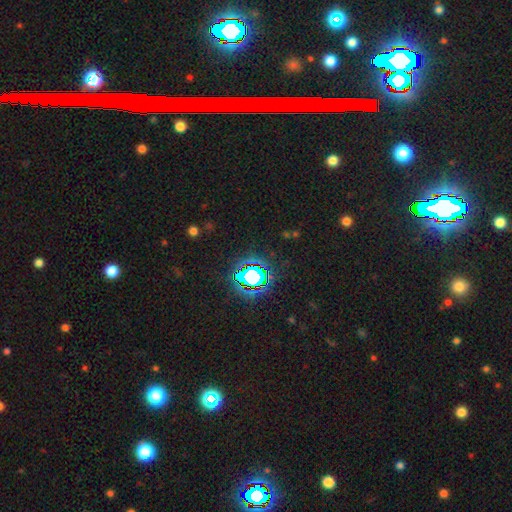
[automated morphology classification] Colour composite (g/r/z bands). It shows a star or artifact, not a galaxy (80%).